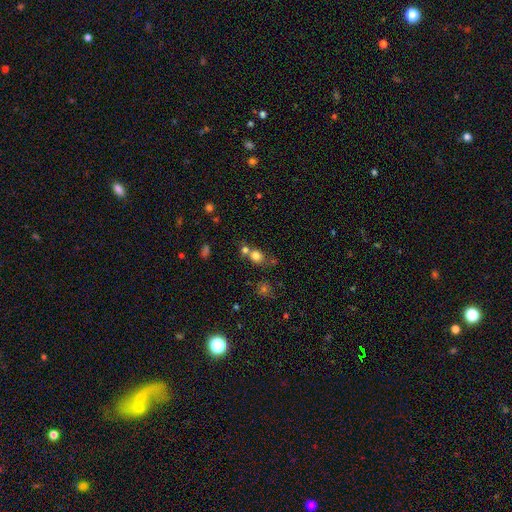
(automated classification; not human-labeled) Smooth or featured? smooth (76%)
How rounded? round (69%)
Merging? none (46%)